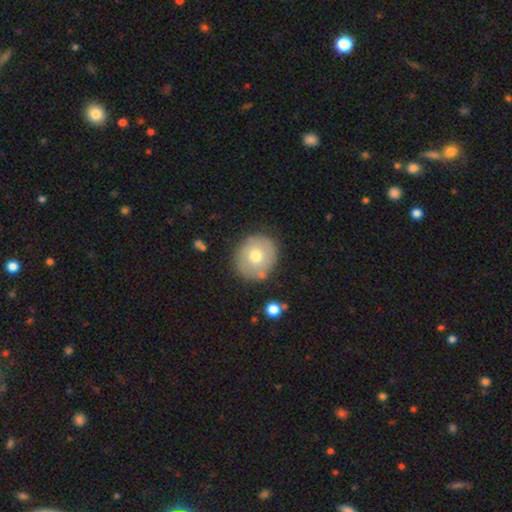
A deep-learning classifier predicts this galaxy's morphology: This appears to be a smooth galaxy with no disk features (65%) that is round (85%). Merging: none (82%).